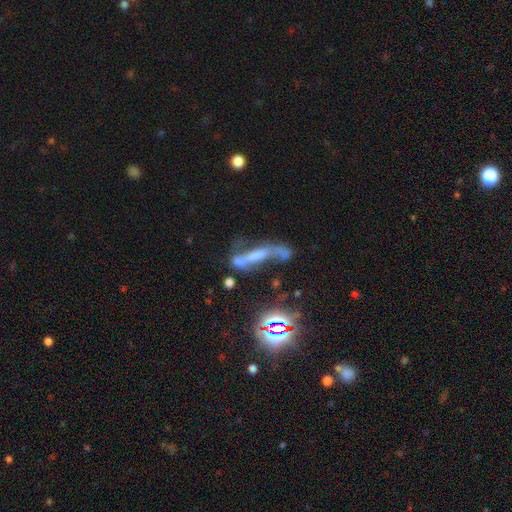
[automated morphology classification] smooth-or-featured: featured or disk: 55% | smooth: 23% | star or artifact: 22%
  disk-edge-on: no: 67% | yes: 33%
  merging: none: 30% | major disturbance: 27% | merger: 27% | minor disturbance: 16%